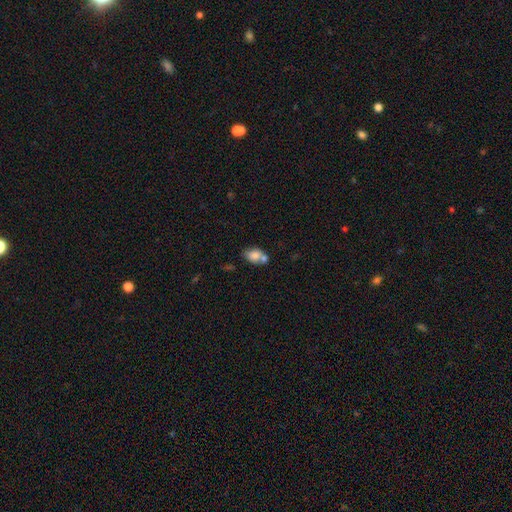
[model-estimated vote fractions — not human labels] This is likely a smooth galaxy (76%). How rounded: clearly in between (80%). Merging: marginally merger (42%).